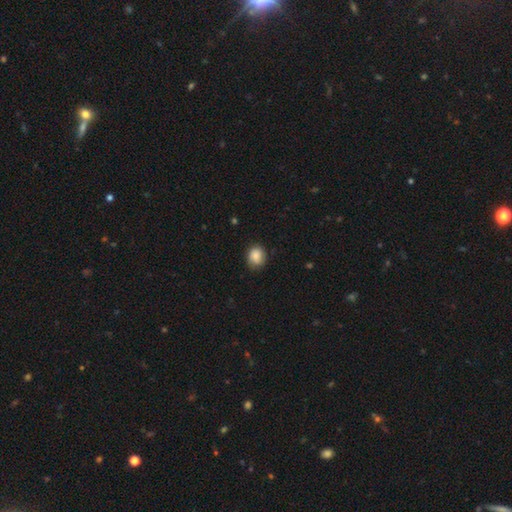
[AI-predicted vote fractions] Q: Smooth or featured?
A: smooth (85%); runner-up: star or artifact (8%)
Q: How rounded?
A: round (64%); runner-up: in between (35%)
Q: Merging?
A: none (78%); runner-up: minor disturbance (18%)